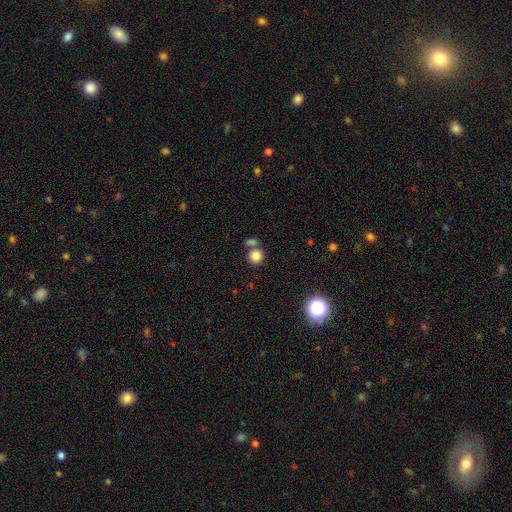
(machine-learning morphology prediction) smooth 83%, star or artifact 11%, featured or disk 6%. Down the decision tree: how rounded — round (90%); merging — none (63%).